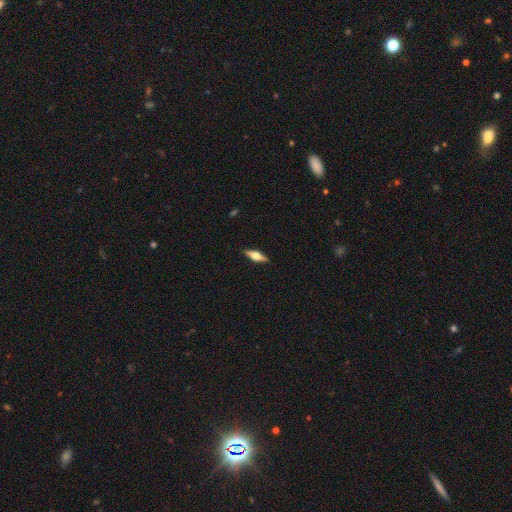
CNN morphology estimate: Smooth or featured? featured or disk (61%)
Edge-on disk? yes (96%)
Edge-on bulge? rounded (93%)
Merging? none (90%)